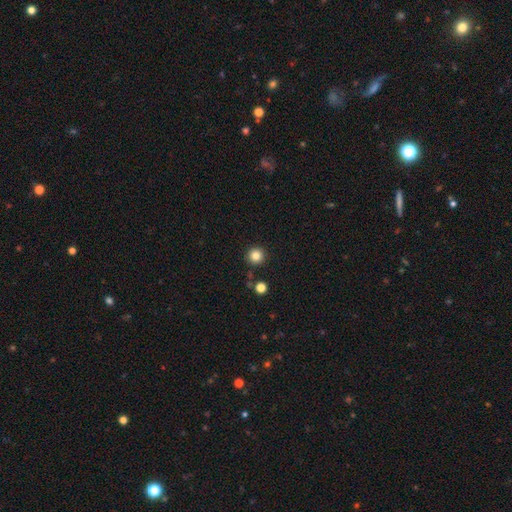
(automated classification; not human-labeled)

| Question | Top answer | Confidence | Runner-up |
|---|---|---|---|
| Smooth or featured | smooth | 83% | star or artifact (12%) |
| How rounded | round | 96% | in between (3%) |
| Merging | none | 90% | minor disturbance (5%) |